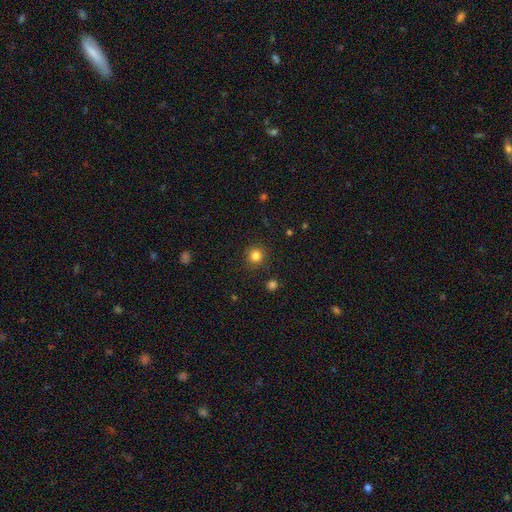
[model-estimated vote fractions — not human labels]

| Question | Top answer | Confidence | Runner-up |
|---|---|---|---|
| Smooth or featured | smooth | 82% | star or artifact (13%) |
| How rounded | round | 93% | in between (6%) |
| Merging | none | 89% | minor disturbance (7%) |